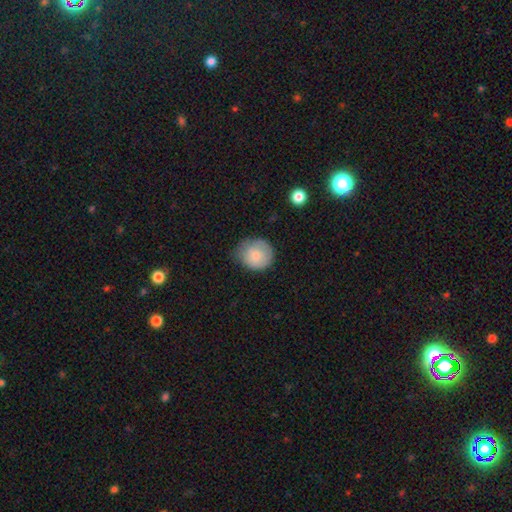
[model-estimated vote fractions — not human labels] Morphology: type=smooth (80%); roundness=round (82%); merging=none (60%).